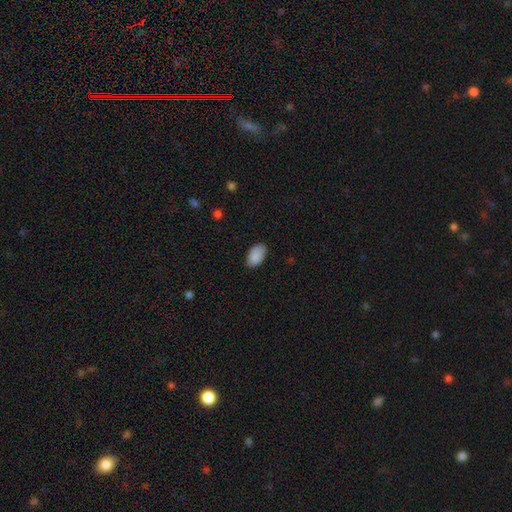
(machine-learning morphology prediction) Smooth or featured?
  - smooth: 89% *
  - star or artifact: 7%
  - featured or disk: 4%
How rounded?
  - in between: 94% *
  - round: 4%
  - cigar-shaped: 1%
Merging?
  - none: 83% *
  - minor disturbance: 14%
  - major disturbance: 3%
  - merger: 1%